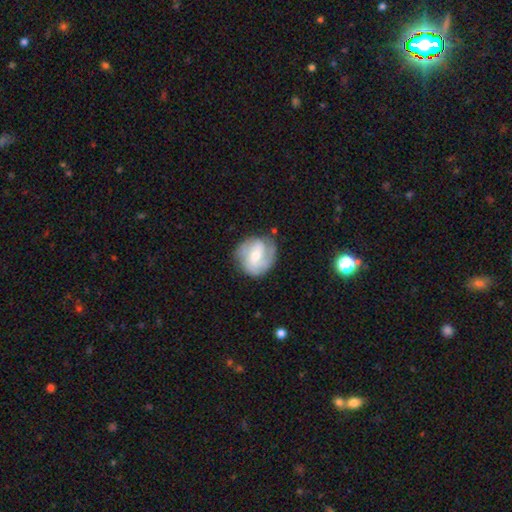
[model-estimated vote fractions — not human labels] A featured or disk galaxy (67%) with a weak bar (48%), 2 (62%) medium (43%) spiral arms (88%) and a moderate central bulge (52%). Merging: none (71%).